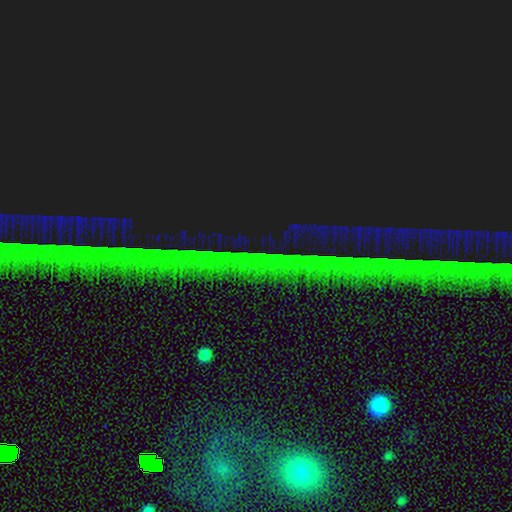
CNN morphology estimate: Smooth or featured: star or artifact — 86% (featured or disk — 8%)